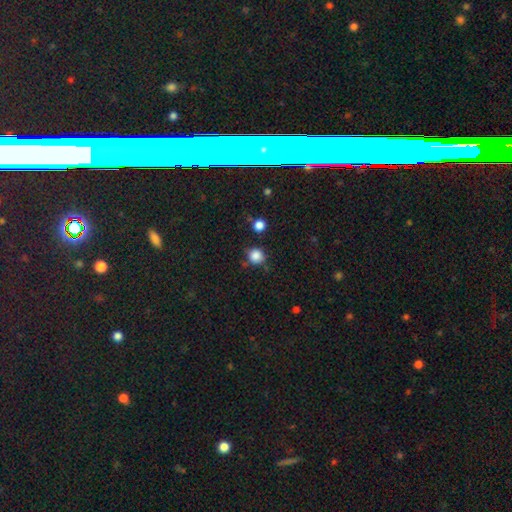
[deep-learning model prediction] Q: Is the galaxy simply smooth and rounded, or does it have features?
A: smooth — 85%.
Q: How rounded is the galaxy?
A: round — 90%.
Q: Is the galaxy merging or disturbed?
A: none — 78%.